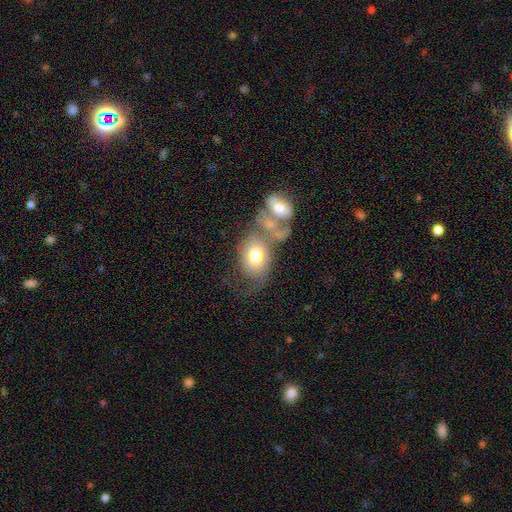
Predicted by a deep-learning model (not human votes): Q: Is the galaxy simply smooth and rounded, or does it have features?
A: smooth — 58%.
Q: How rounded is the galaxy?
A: in between — 71%.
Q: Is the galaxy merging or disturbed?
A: merger — 48%.